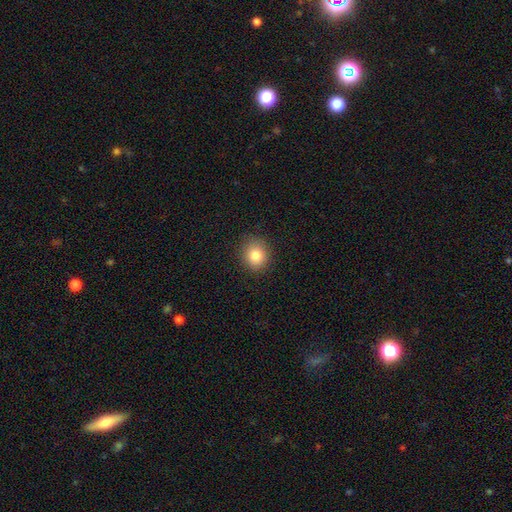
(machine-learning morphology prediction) smooth_or_featured: smooth (p=0.82) [alt: star or artifact p=0.11]
how_rounded: round (p=0.79) [alt: in between p=0.20]
merging: none (p=0.88) [alt: minor disturbance p=0.08]